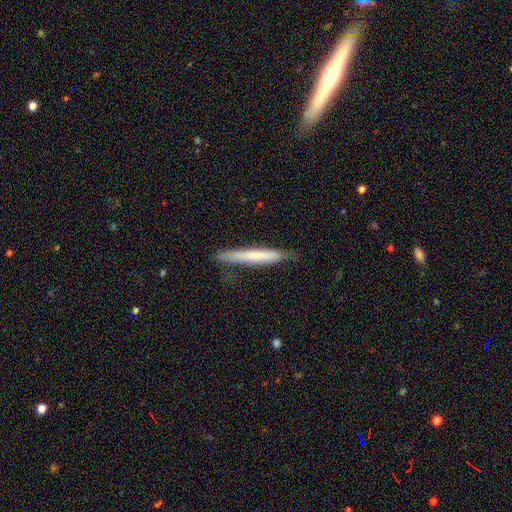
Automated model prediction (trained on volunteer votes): This appears to be a smooth galaxy with no disk features (61%) that is cigar-shaped (96%). Merging: none (74%).